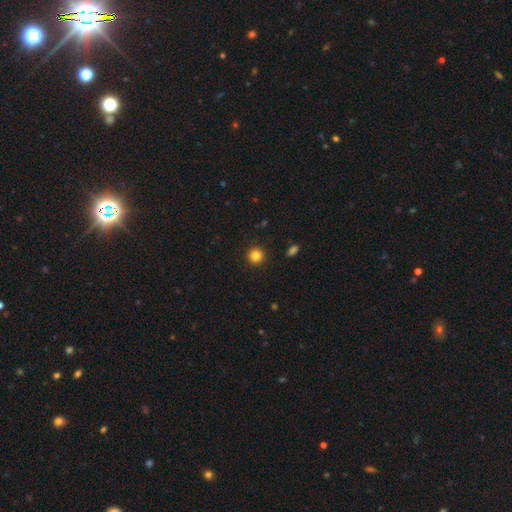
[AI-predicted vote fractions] Smooth or featured: smooth — 83% (star or artifact — 12%)
How rounded: round — 94% (in between — 5%)
Merging: none — 92% (minor disturbance — 5%)